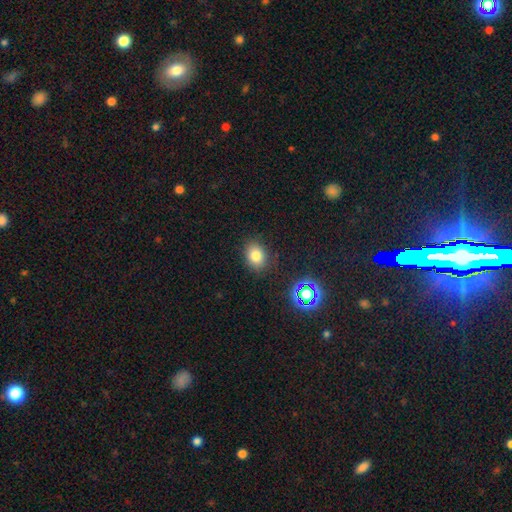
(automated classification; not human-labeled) Overall: smooth (78%). How rounded: in between (57%; round 42%). Merging: none (85%).